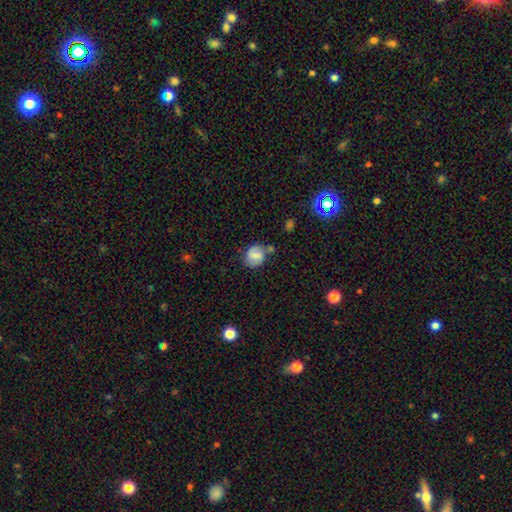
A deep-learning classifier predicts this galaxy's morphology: Q: Smooth or featured?
A: smooth (48%); runner-up: featured or disk (42%)
Q: Merging?
A: none (62%); runner-up: minor disturbance (20%)